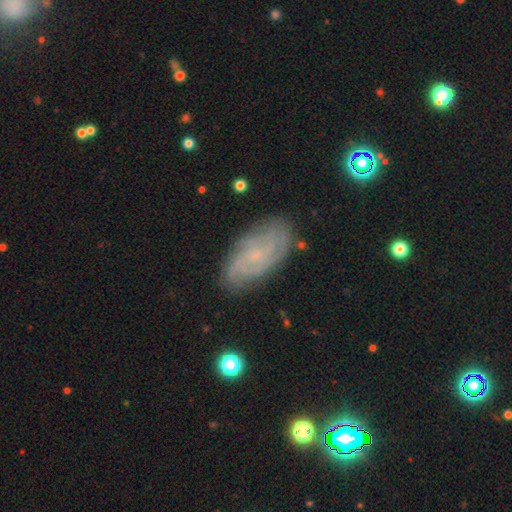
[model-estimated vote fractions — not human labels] This is likely a featured or disk galaxy (65%). It is clearly not viewed edge-on (93%). Bar: likely no (65%). Spiral arm pattern: clearly yes (89%). Spiral arm count: possibly can't tell (46%). Spiral winding: possibly tight (53%). Central bulge: likely small (72%). Merging: clearly none (80%).